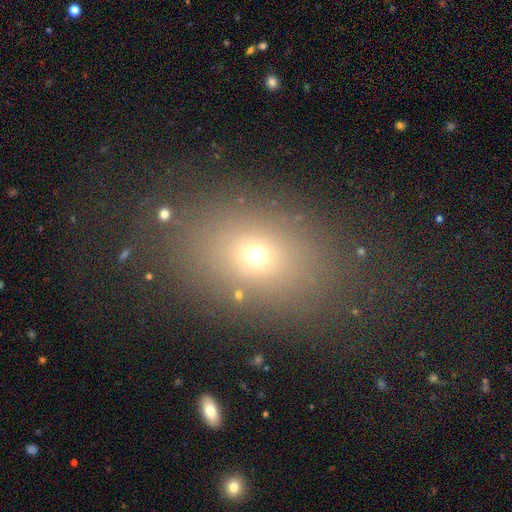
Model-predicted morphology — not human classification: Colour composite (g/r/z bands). It shows a smooth galaxy with no disk features (67%) that is in between round and cigar-shaped (66%). Merging: none (80%).